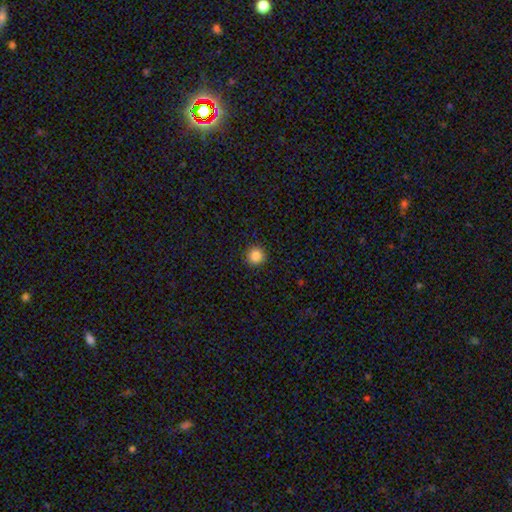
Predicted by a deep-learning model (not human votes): Overall: smooth (85%). How rounded: round (95%). Merging: none (93%).